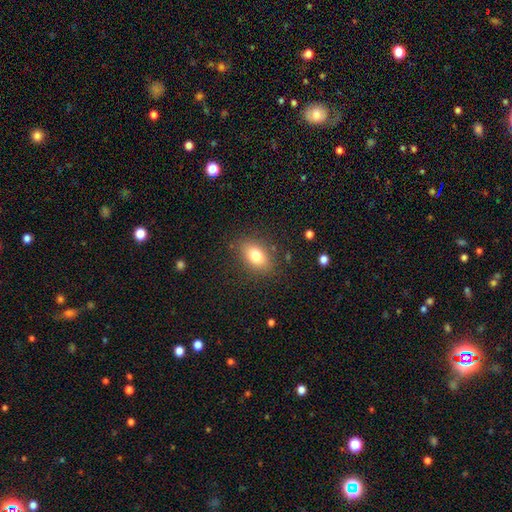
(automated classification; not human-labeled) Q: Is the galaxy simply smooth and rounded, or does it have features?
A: smooth — 79%.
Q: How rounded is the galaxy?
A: in between — 83%.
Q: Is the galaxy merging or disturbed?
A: none — 84%.